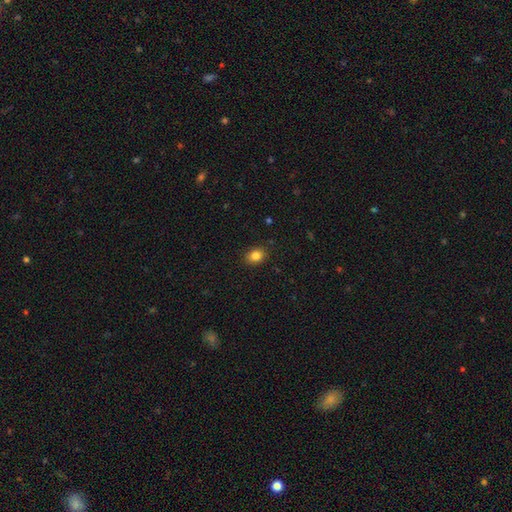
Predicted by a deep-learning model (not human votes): Smooth or featured: smooth — 84% (star or artifact — 10%)
How rounded: in between — 57% (round — 42%)
Merging: none — 88% (minor disturbance — 9%)